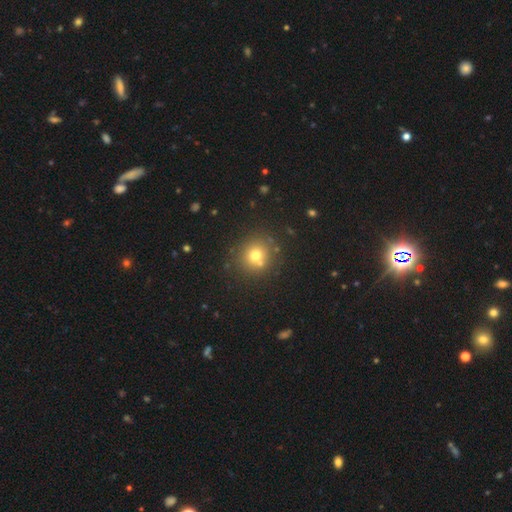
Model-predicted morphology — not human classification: A smooth galaxy with no disk features (72%) that is round (89%). Merging: none (76%).